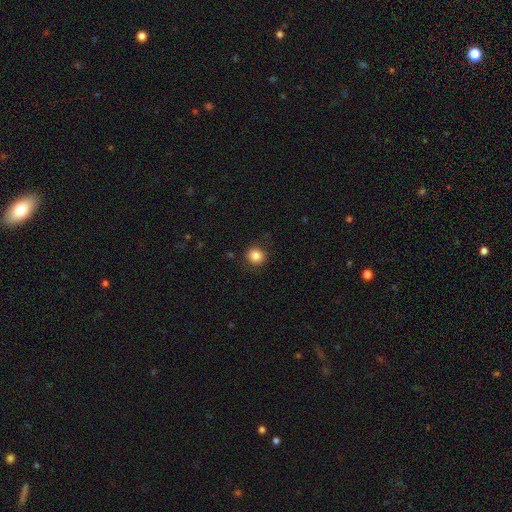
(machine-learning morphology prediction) Smooth or featured: smooth — 85% (star or artifact — 10%)
How rounded: round — 88% (in between — 11%)
Merging: none — 88% (minor disturbance — 8%)